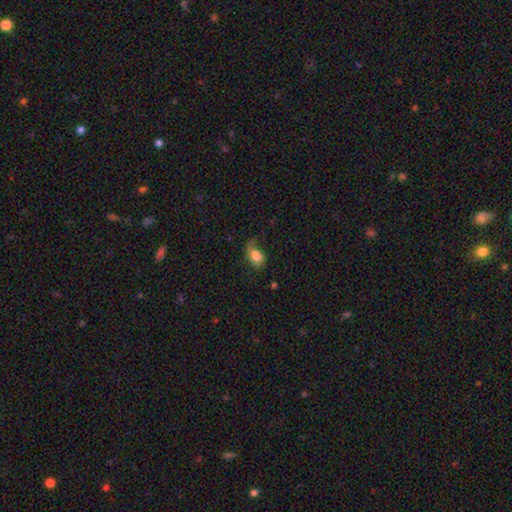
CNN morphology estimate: Smooth or featured? Predicted: smooth (p=0.73). How rounded? Predicted: in between (p=0.72). Merging? Predicted: none (p=0.39).